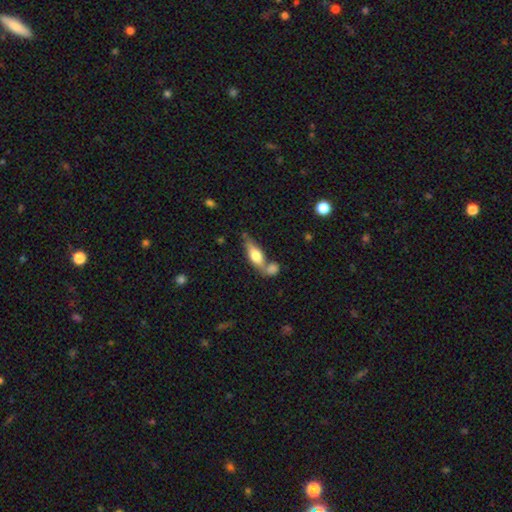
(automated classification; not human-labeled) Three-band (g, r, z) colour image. It shows a smooth galaxy with no disk features (59%) that is in between round and cigar-shaped (56%). Merging: none (42%).